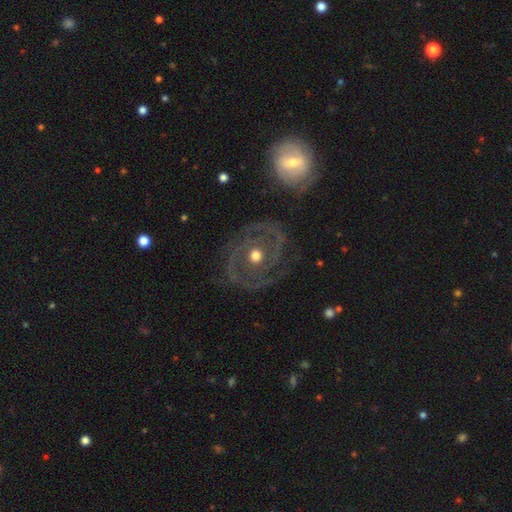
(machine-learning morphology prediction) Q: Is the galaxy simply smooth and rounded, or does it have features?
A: featured or disk — 86%.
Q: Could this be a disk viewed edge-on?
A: no — 97%.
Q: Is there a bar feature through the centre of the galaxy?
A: no — 79%.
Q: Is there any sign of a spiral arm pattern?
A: yes — 85%.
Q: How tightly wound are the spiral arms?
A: tight — 58%.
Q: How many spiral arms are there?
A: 2 — 52%.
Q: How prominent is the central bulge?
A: moderate — 77%.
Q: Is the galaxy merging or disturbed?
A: none — 76%.